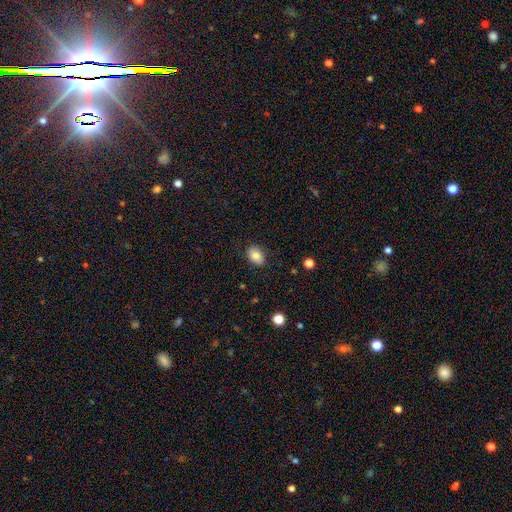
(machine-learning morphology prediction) A smooth galaxy with no disk features (83%) that is in between round and cigar-shaped (79%).

Vote fractions:
- Smooth or featured? smooth: 83% / star or artifact: 9% / featured or disk: 8%
- How rounded? in between: 79% / round: 20% / cigar-shaped: 1%
- Merging? none: 85% / minor disturbance: 11% / major disturbance: 3% / merger: 1%